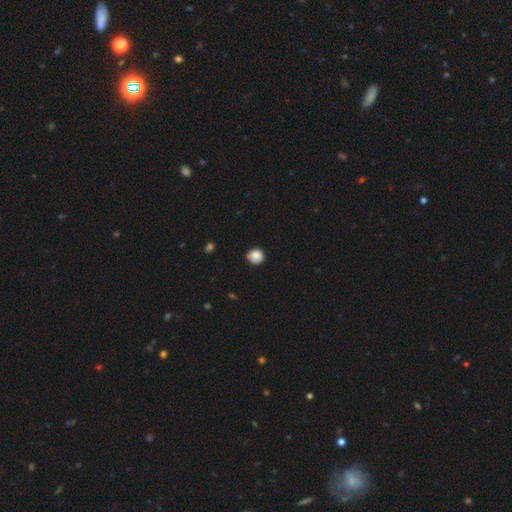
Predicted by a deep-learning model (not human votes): This appears to be a smooth galaxy with no disk features (86%) that is round (85%). Merging: none (80%).